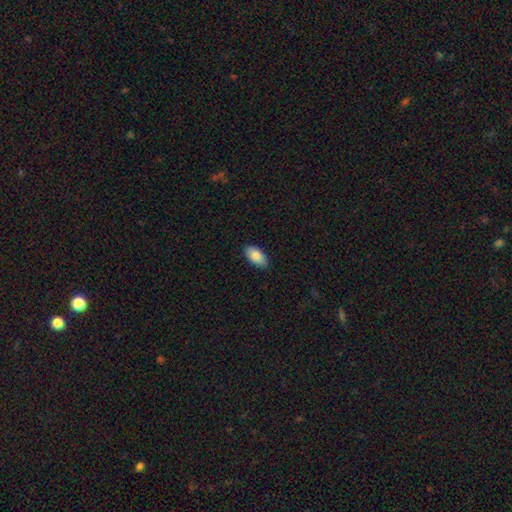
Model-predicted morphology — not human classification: Smooth or featured? smooth (83%)
How rounded? in between (95%)
Merging? none (89%)